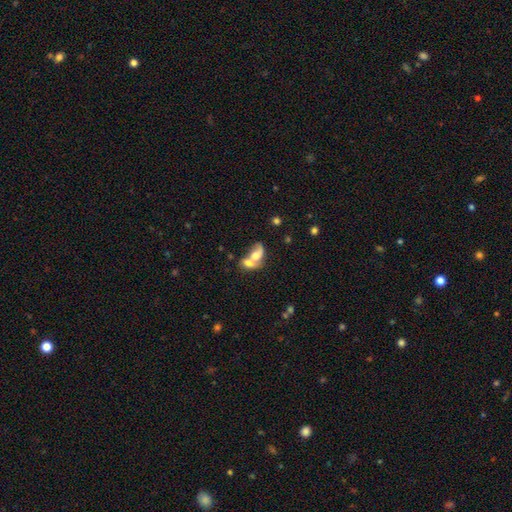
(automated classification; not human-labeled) A smooth galaxy with no disk features (49%). Merging: merger (77%).